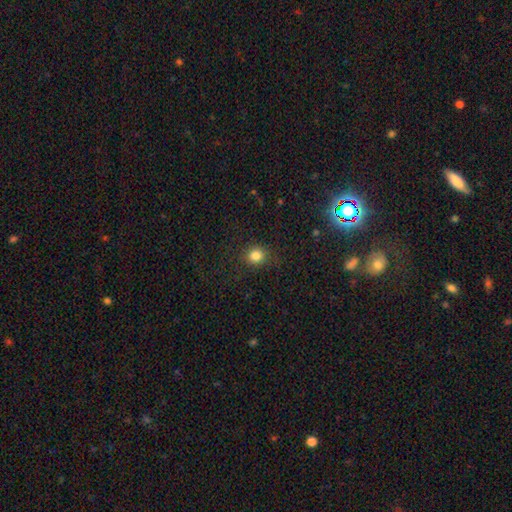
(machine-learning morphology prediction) type=smooth (83%); roundness=round (81%); merging=none (87%).